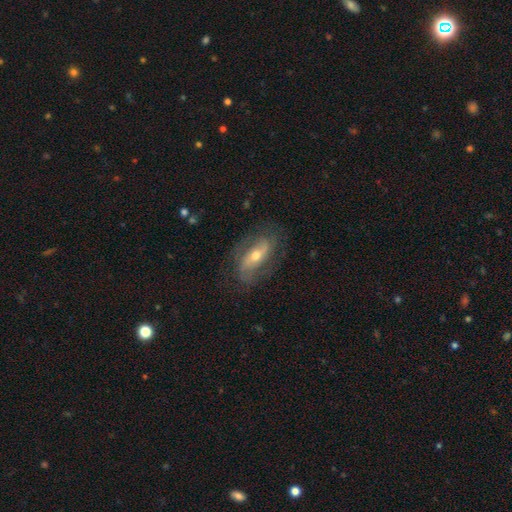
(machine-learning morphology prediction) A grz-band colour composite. It shows a featured or disk galaxy (72%) with a strong bar (37%), 2 (77%) medium (39%) spiral arms (81%) and a moderate central bulge (60%). Merging: none (72%).